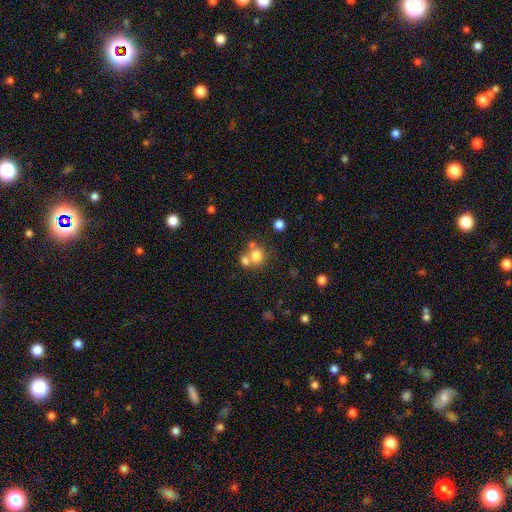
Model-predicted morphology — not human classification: This appears to be a smooth galaxy with no disk features (75%) that is round (83%). Merging: none (45%).